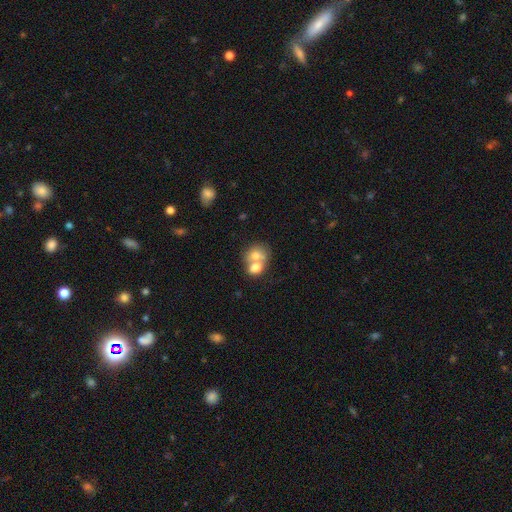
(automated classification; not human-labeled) The model was most divided on "how rounded": round: 53%, in between: 46%, cigar-shaped: 1%. More confident: smooth or featured — smooth (70%); merging — merger (68%).